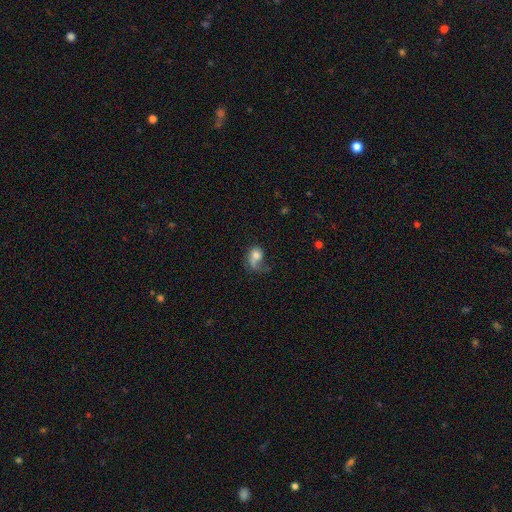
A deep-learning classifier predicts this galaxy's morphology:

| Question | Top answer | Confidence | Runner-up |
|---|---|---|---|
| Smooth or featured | smooth | 60% | featured or disk (30%) |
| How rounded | in between | 54% | round (44%) |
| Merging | major disturbance | 42% | none (28%) |